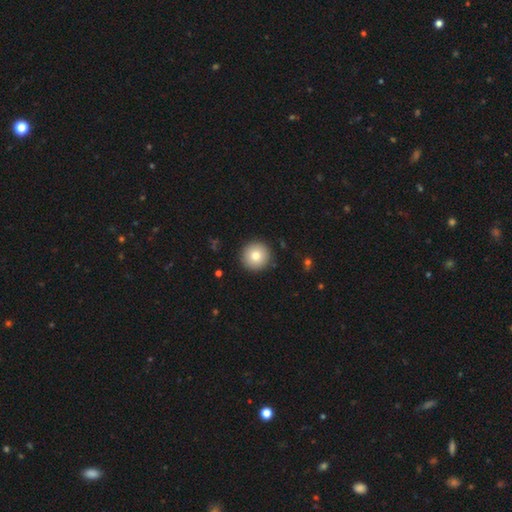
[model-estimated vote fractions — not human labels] smooth_or_featured: smooth (p=0.79) [alt: featured or disk p=0.11]
how_rounded: round (p=0.96) [alt: in between p=0.03]
merging: none (p=0.92) [alt: minor disturbance p=0.05]